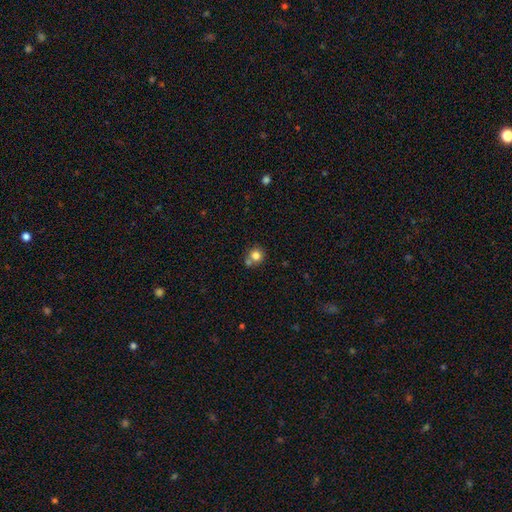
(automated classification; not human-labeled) A smooth galaxy with no disk features (80%) that is round (89%).

Vote fractions:
- Smooth or featured? smooth: 80% / star or artifact: 11% / featured or disk: 9%
- How rounded? round: 89% / in between: 10% / cigar-shaped: 1%
- Merging? none: 58% / merger: 29% / minor disturbance: 10% / major disturbance: 4%